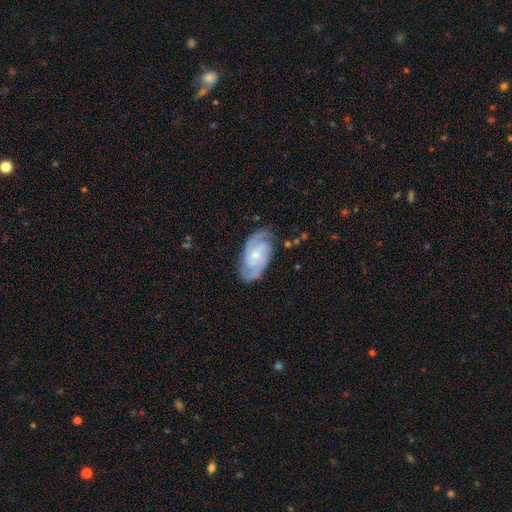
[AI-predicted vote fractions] Smooth or featured? featured or disk (82%)
Edge-on disk? no (96%)
Bar? no (55%)
Spiral arms? yes (96%)
Spiral winding? tight (50%)
Spiral arm count? 2 (53%)
Bulge size? small (60%)
Merging? none (75%)